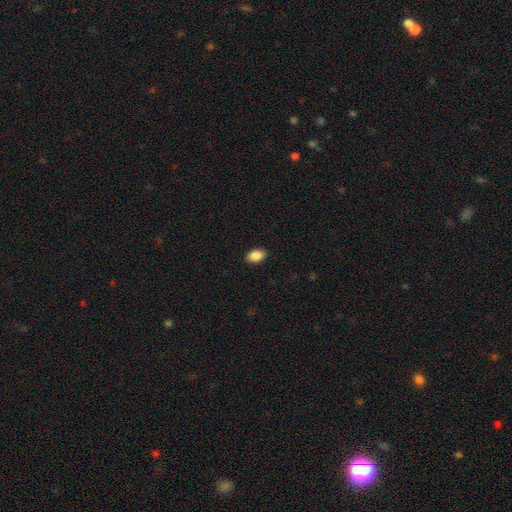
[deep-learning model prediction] The model was most divided on "how rounded": in between: 87%, round: 11%, cigar-shaped: 1%. More confident: merging — none (90%); smooth or featured — smooth (88%).